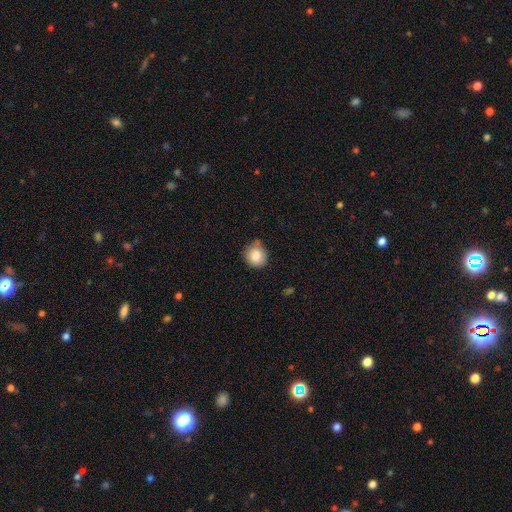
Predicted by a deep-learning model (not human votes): Q: Smooth or featured?
A: smooth (84%); runner-up: star or artifact (9%)
Q: How rounded?
A: round (87%); runner-up: in between (12%)
Q: Merging?
A: none (73%); runner-up: minor disturbance (19%)